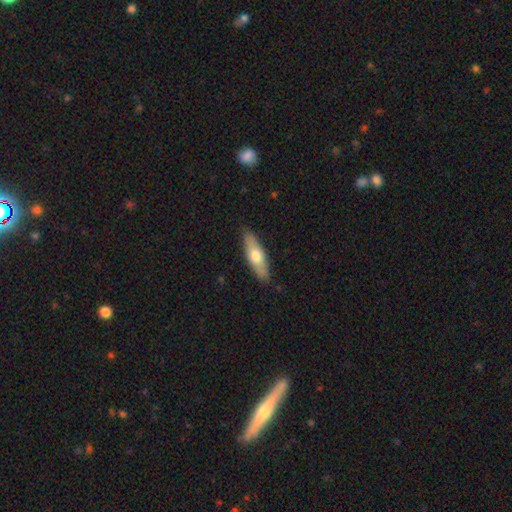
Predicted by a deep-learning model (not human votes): A smooth galaxy with no disk features (60%) that is cigar-shaped (51%). Merging: none (88%).